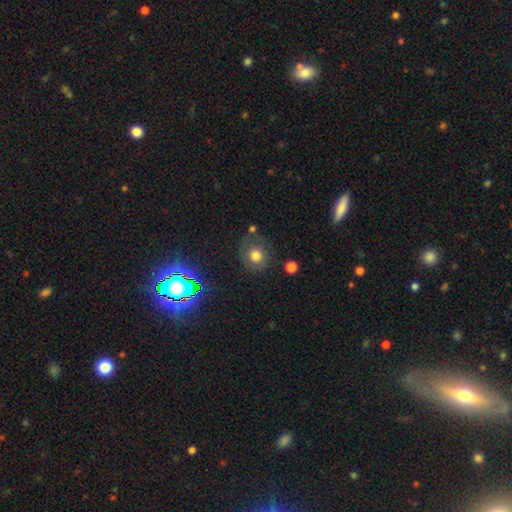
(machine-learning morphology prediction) Overall: smooth (68%). How rounded: round (81%). Merging: none (70%).